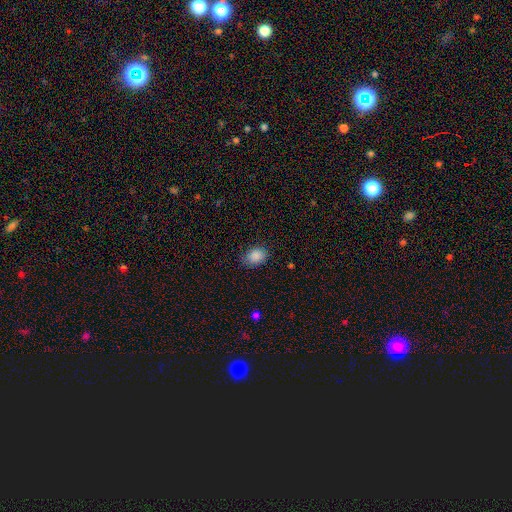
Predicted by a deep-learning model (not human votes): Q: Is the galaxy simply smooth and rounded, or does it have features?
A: smooth — 88%.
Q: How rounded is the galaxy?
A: in between — 64%.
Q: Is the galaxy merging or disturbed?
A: none — 79%.